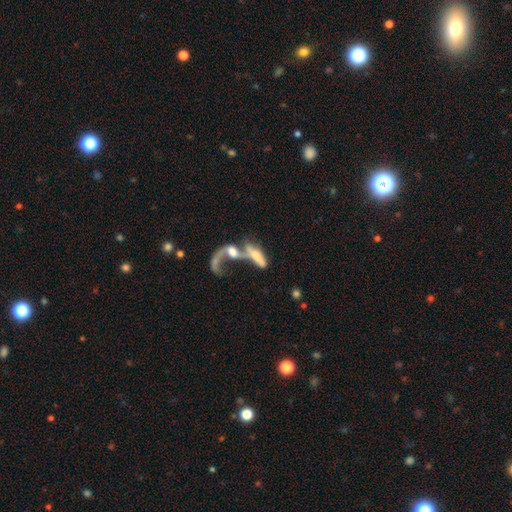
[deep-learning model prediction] Smooth or featured?
  - featured or disk: 53% *
  - smooth: 37%
  - star or artifact: 10%
Edge-on disk?
  - no: 78% *
  - yes: 22%
Merging?
  - merger: 70% *
  - major disturbance: 15%
  - none: 10%
  - minor disturbance: 5%